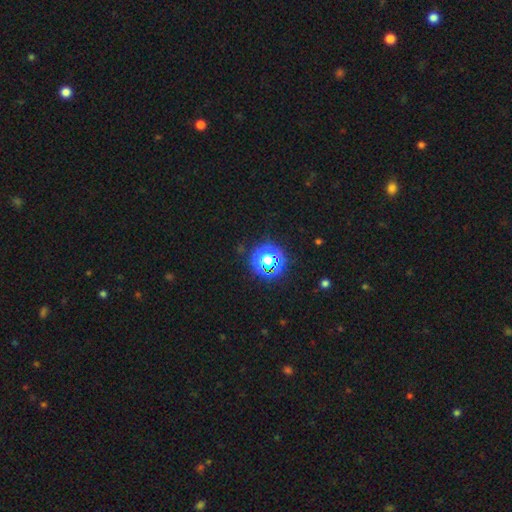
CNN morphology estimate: The model was most divided on "smooth or featured": star or artifact: 75%, smooth: 19%, featured or disk: 5%.